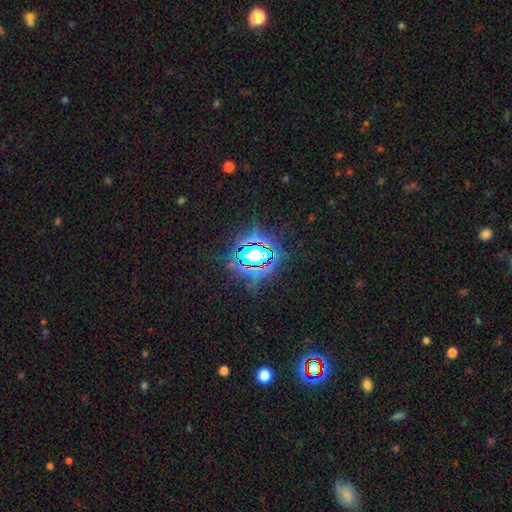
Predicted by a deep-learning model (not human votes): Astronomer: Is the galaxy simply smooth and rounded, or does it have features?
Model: star or artifact — 81%.